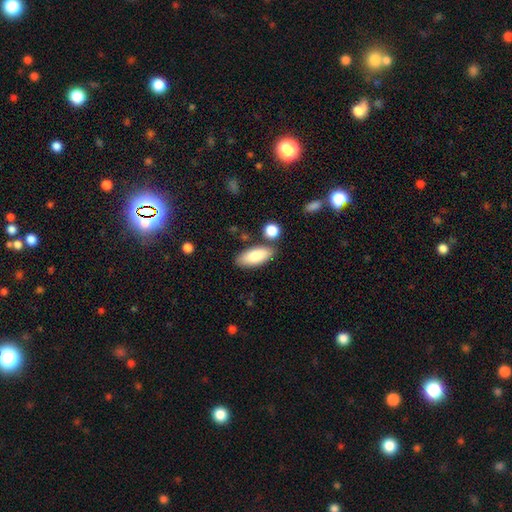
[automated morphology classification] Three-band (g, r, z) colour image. It shows a smooth galaxy with no disk features (84%) that is in between round and cigar-shaped (83%). Merging: none (78%).